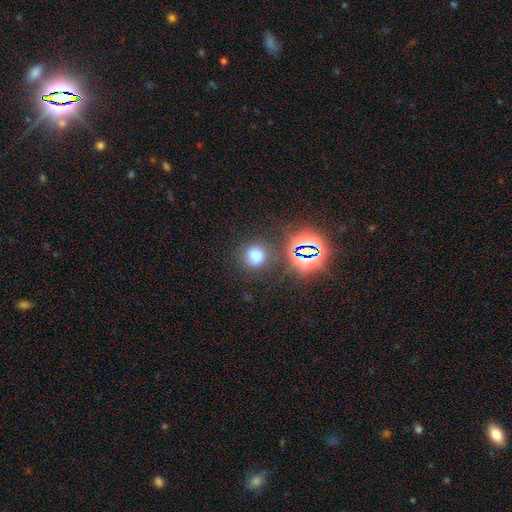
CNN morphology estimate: Smooth or featured? smooth (67%)
How rounded? round (76%)
Merging? none (72%)